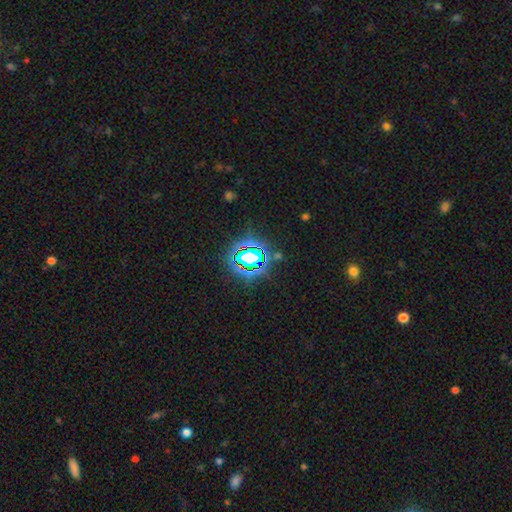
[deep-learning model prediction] Smooth or featured? Predicted: star or artifact (p=0.76).